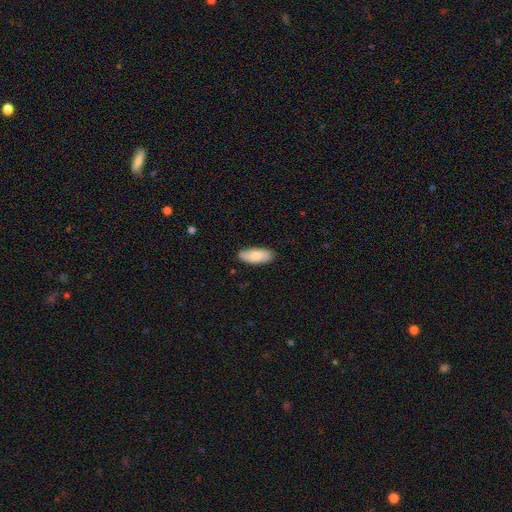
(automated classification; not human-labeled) Q: Smooth or featured?
A: smooth (83%); runner-up: featured or disk (11%)
Q: How rounded?
A: in between (83%); runner-up: cigar-shaped (15%)
Q: Merging?
A: none (87%); runner-up: minor disturbance (10%)